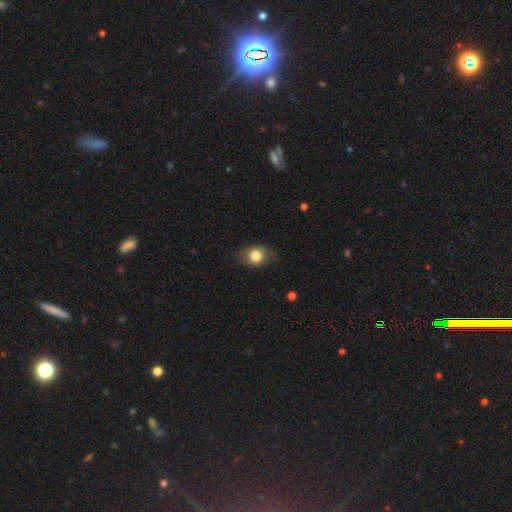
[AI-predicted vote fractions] Smooth or featured?
  - smooth: 79% *
  - featured or disk: 13%
  - star or artifact: 8%
How rounded?
  - in between: 51% *
  - round: 47%
  - cigar-shaped: 2%
Merging?
  - none: 77% *
  - minor disturbance: 16%
  - major disturbance: 5%
  - merger: 1%